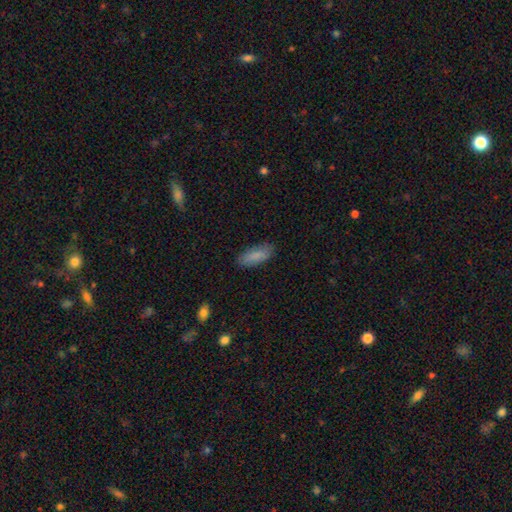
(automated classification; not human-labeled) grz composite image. It shows a smooth galaxy with no disk features (86%) that is in between round and cigar-shaped (75%). Merging: none (83%).